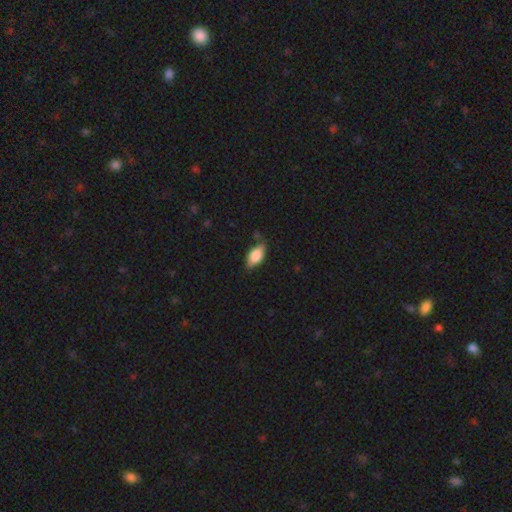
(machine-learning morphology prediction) The model was most divided on "merging": none: 72%, minor disturbance: 21%, major disturbance: 4%, merger: 2%. More confident: how rounded — in between (87%); smooth or featured — smooth (77%).